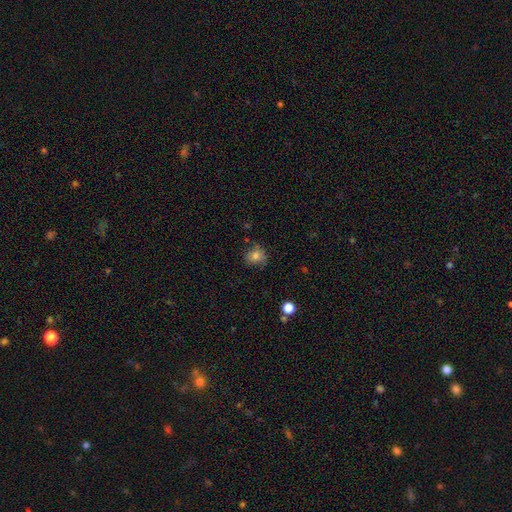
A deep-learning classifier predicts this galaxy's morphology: The model was most divided on "merging": none: 66%, minor disturbance: 25%, major disturbance: 7%, merger: 3%. More confident: smooth or featured — smooth (77%); how rounded — round (74%).